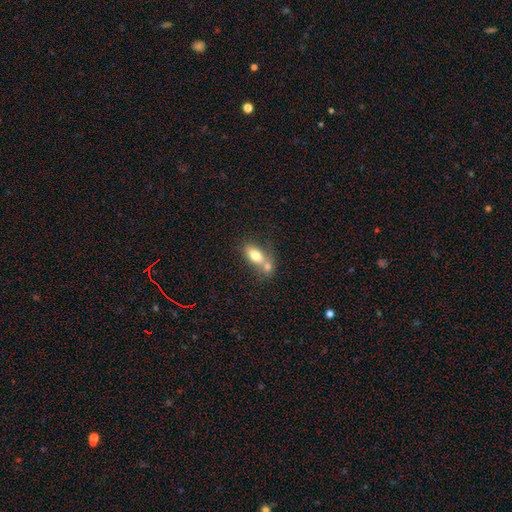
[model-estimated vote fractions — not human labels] This is likely a smooth galaxy (74%). How rounded: clearly in between (83%). Merging: possibly merger (56%).